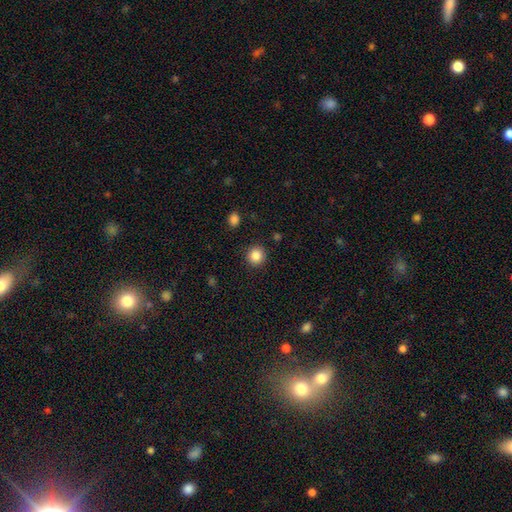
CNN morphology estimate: Smooth or featured?
  - smooth: 86% *
  - star or artifact: 10%
  - featured or disk: 4%
How rounded?
  - round: 92% *
  - in between: 7%
  - cigar-shaped: 1%
Merging?
  - none: 91% *
  - minor disturbance: 6%
  - major disturbance: 2%
  - merger: 1%